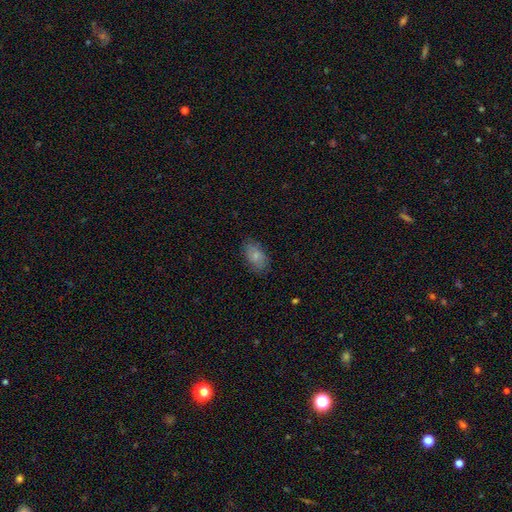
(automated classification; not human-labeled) smooth_or_featured: smooth (p=0.78) [alt: featured or disk p=0.15]
how_rounded: in between (p=0.92) [alt: round p=0.06]
merging: none (p=0.80) [alt: minor disturbance p=0.16]